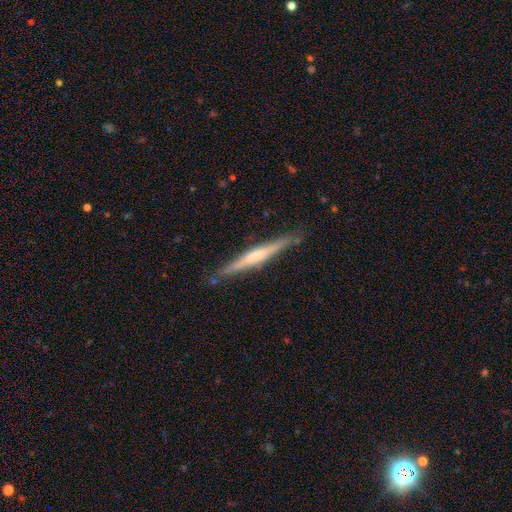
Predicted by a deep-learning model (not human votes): Smooth or featured? featured or disk (63%)
Edge-on disk? yes (97%)
Edge-on bulge? rounded (46%)
Merging? none (86%)